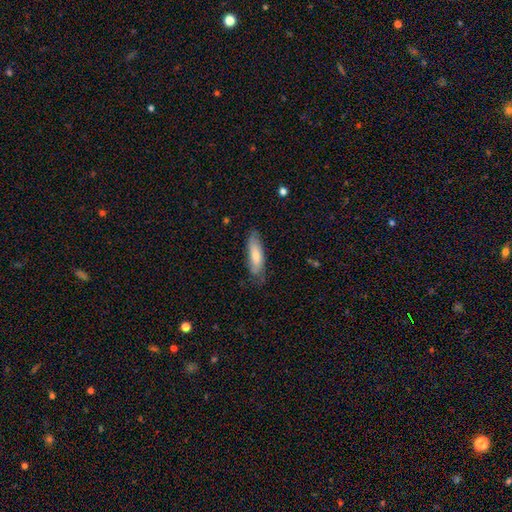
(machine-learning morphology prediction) Smooth or featured: smooth — 70% (featured or disk — 24%)
How rounded: in between — 51% (cigar-shaped — 48%)
Merging: none — 70% (minor disturbance — 24%)